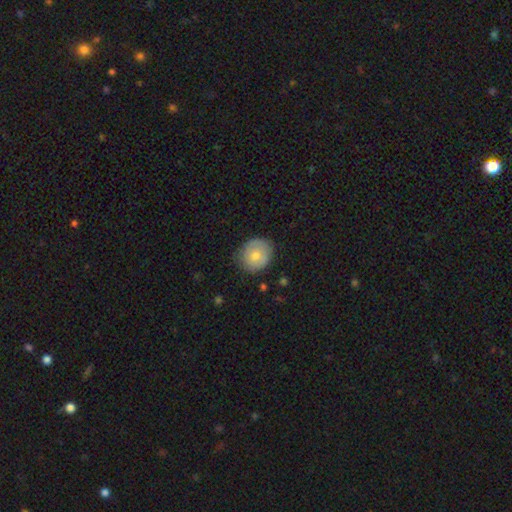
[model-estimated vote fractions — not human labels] Morphology: type=smooth (71%); roundness=round (78%); merging=none (80%).